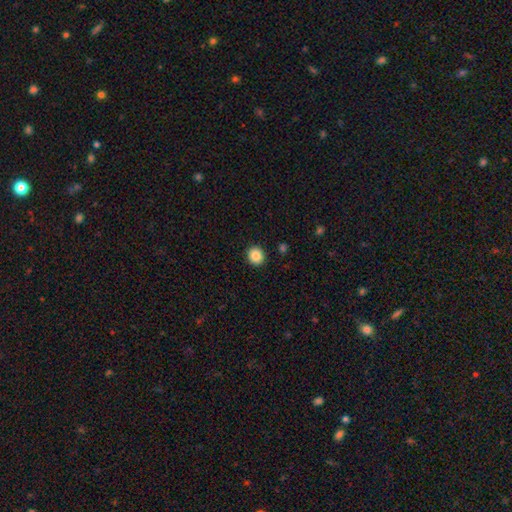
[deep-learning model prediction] smooth 88%, star or artifact 9%, featured or disk 3%. Down the decision tree: how rounded — round (88%); merging — none (92%).